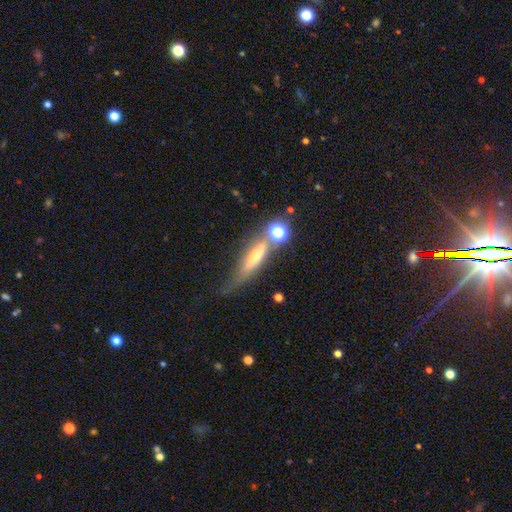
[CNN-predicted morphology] Smooth or featured: featured or disk — 52% (smooth — 35%)
Edge-on disk: yes — 78% (no — 22%)
Merging: none — 52% (minor disturbance — 21%)